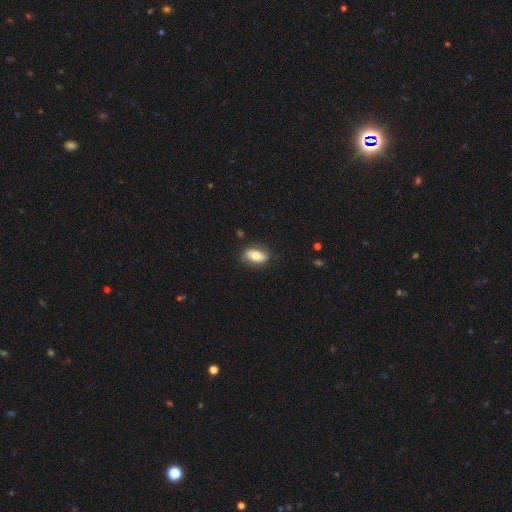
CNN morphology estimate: type=smooth (65%); roundness=in between (87%); merging=none (79%).